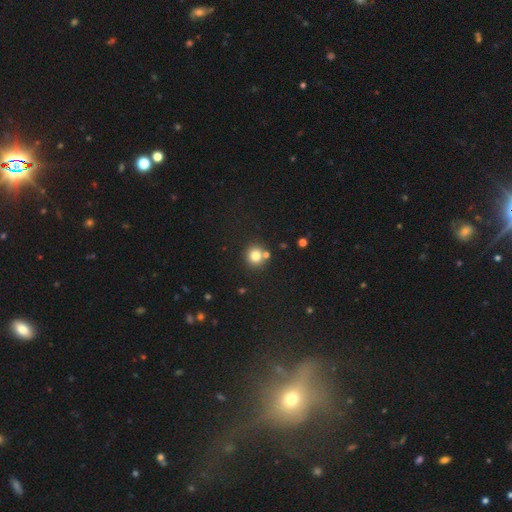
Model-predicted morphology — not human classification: Overall: smooth (79%). How rounded: round (91%). Merging: none (73%).